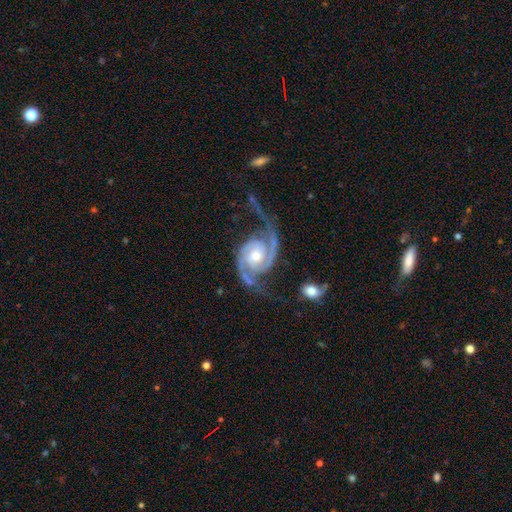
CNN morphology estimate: Smooth or featured? Predicted: featured or disk (p=0.94). Edge-on disk? Predicted: no (p=0.98). Bar? Predicted: no (p=0.59). Spiral arms? Predicted: yes (p=0.99). Spiral winding? Predicted: medium (p=0.51). Spiral arm count? Predicted: 2 (p=0.91). Bulge size? Predicted: moderate (p=0.62). Merging? Predicted: none (p=0.57).